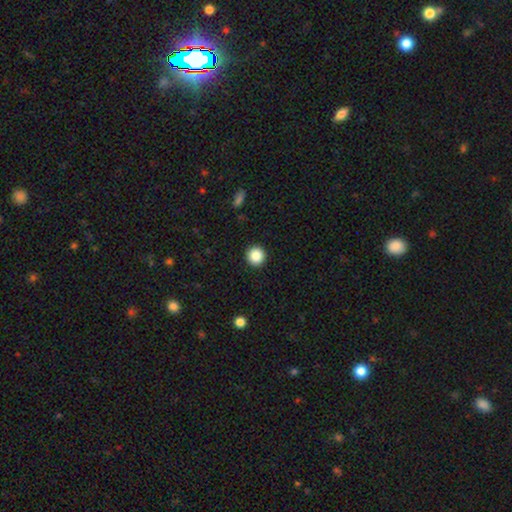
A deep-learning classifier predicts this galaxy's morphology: This is clearly a smooth galaxy (87%). How rounded: clearly round (94%). Merging: clearly none (93%).